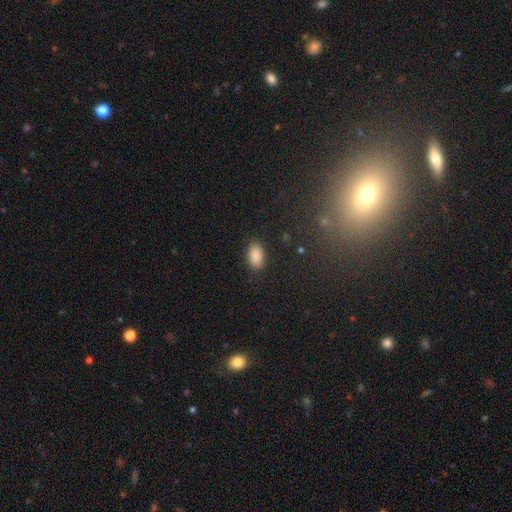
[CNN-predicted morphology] Smooth or featured? smooth (88%)
How rounded? in between (93%)
Merging? none (87%)